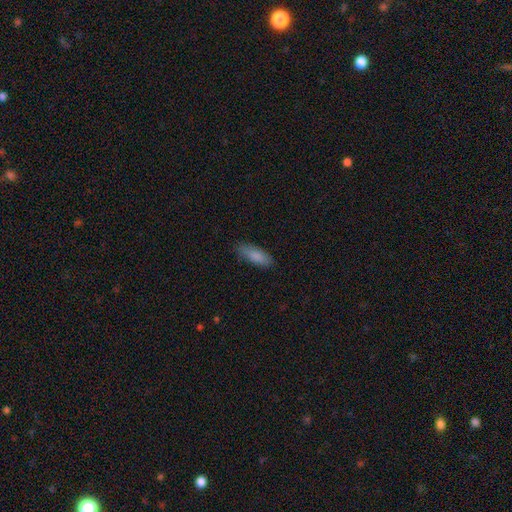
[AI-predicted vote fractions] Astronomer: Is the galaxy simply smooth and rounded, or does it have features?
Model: smooth — 86%.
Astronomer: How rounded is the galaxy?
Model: in between — 64%.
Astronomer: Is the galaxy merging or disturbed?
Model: none — 82%.